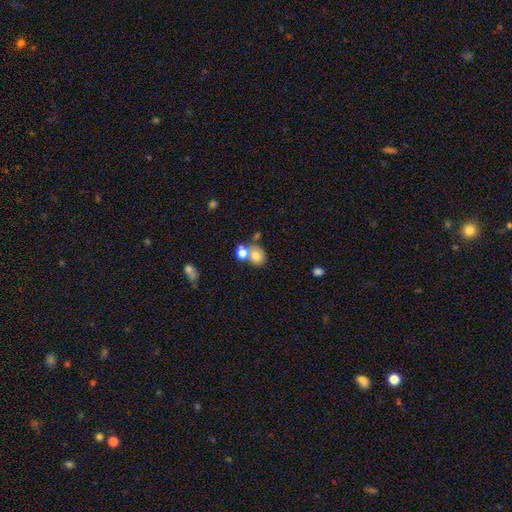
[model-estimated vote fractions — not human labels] smooth-or-featured: smooth: 73% | featured or disk: 15% | star or artifact: 12%
  how-rounded: round: 67% | in between: 32% | cigar-shaped: 1%
  merging: merger: 45% | none: 41% | minor disturbance: 10% | major disturbance: 5%